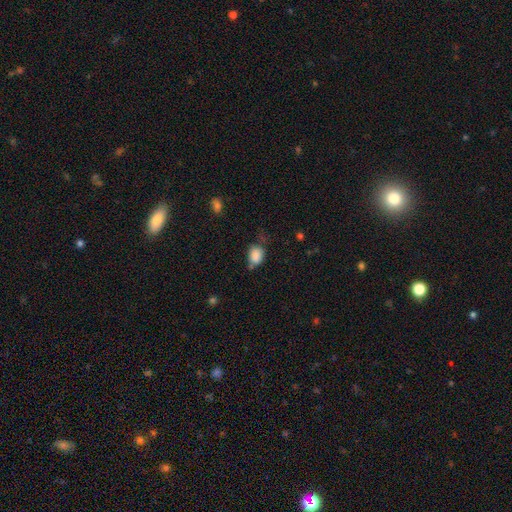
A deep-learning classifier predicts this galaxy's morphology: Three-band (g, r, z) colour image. It shows a smooth galaxy with no disk features (85%) that is in between round and cigar-shaped (66%). Merging: none (46%).